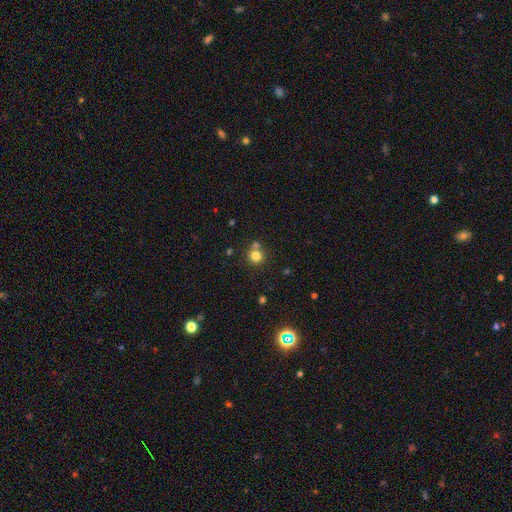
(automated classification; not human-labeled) A smooth galaxy with no disk features (79%) that is round (91%).

Vote fractions:
- Smooth or featured? smooth: 79% / star or artifact: 13% / featured or disk: 8%
- How rounded? round: 91% / in between: 9% / cigar-shaped: 1%
- Merging? none: 64% / merger: 25% / minor disturbance: 8% / major disturbance: 3%